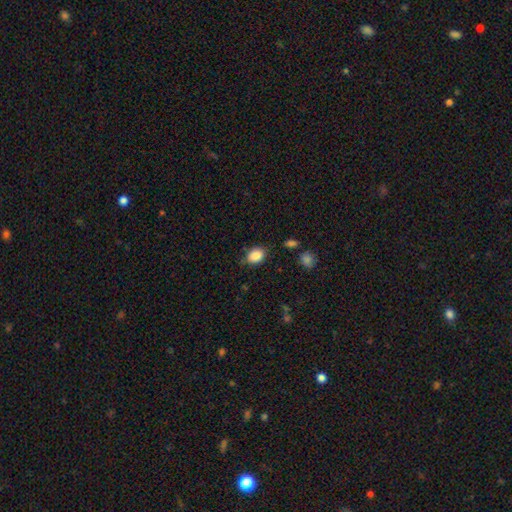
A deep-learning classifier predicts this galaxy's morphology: Smooth or featured? Predicted: smooth (p=0.87). How rounded? Predicted: in between (p=0.67). Merging? Predicted: none (p=0.73).